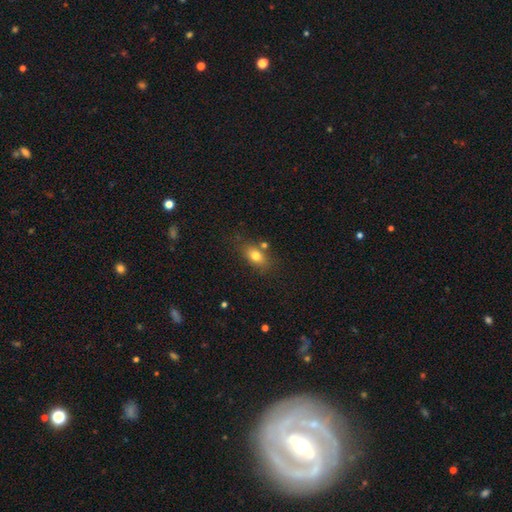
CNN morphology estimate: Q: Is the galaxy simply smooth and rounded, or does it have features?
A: smooth — 76%.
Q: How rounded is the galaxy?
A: in between — 77%.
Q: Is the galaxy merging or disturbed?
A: none — 70%.